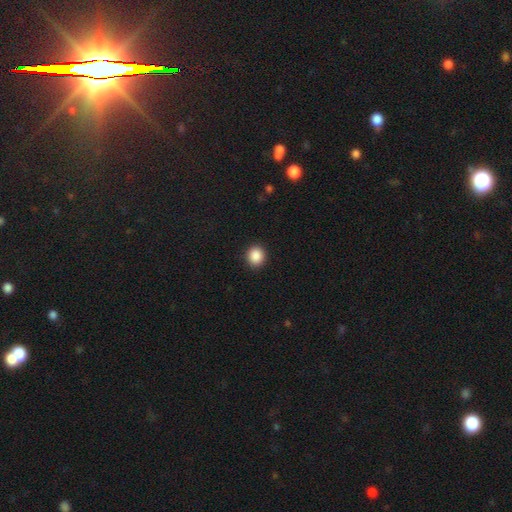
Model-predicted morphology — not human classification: Smooth or featured: smooth — 89% (star or artifact — 9%)
How rounded: round — 77% (in between — 23%)
Merging: none — 91% (minor disturbance — 6%)